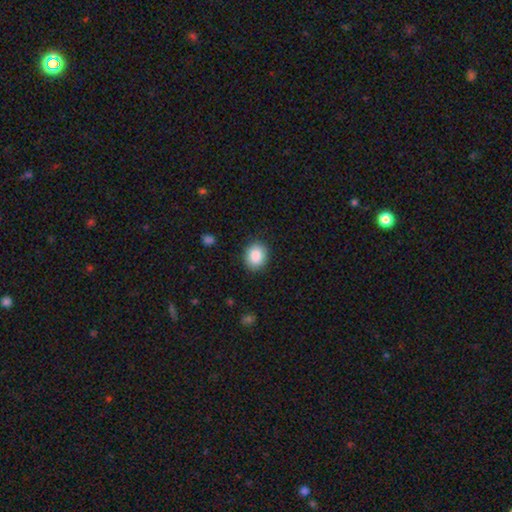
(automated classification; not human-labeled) Morphology: type=smooth (88%); roundness=round (57%); merging=none (88%).